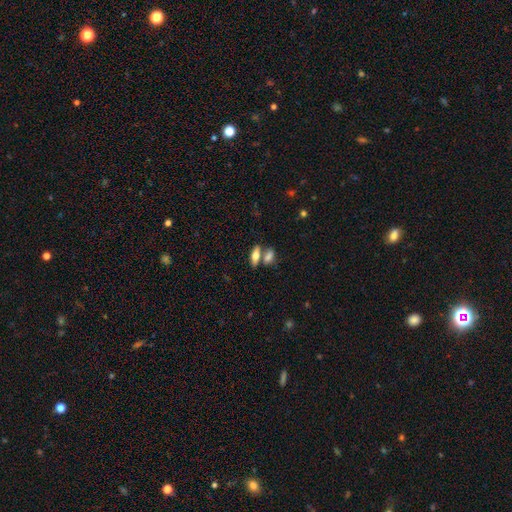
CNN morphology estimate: Q: Smooth or featured?
A: smooth (64%); runner-up: featured or disk (28%)
Q: How rounded?
A: in between (65%); runner-up: cigar-shaped (30%)
Q: Merging?
A: none (57%); runner-up: merger (31%)